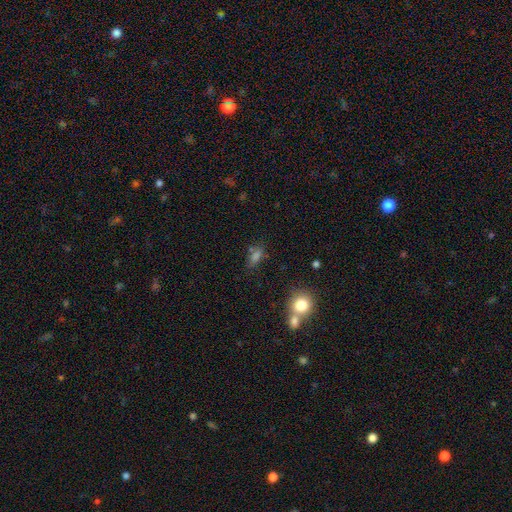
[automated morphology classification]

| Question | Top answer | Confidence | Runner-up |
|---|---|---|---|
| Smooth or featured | smooth | 71% | star or artifact (19%) |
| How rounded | in between | 73% | round (14%) |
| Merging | none | 62% | minor disturbance (17%) |